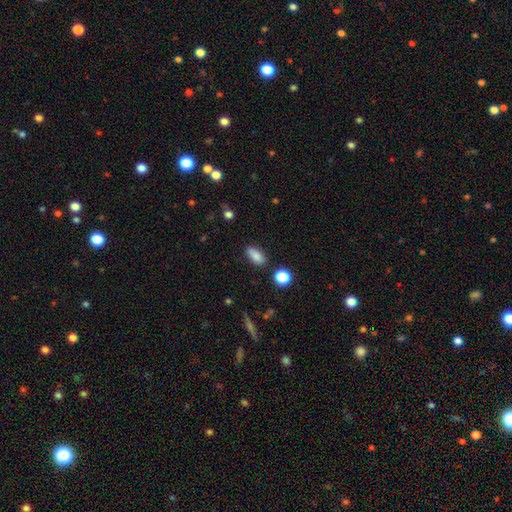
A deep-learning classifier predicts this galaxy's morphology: smooth_or_featured: smooth (p=0.84) [alt: star or artifact p=0.09]
how_rounded: in between (p=0.84) [alt: cigar-shaped p=0.09]
merging: none (p=0.80) [alt: minor disturbance p=0.14]